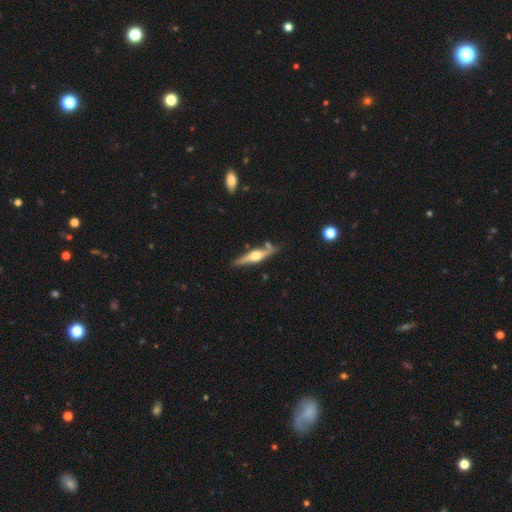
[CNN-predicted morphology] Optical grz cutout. It shows a featured or disk galaxy (70%) viewed edge-on (96%) with a rounded central bulge (93%). Merging: none (77%).